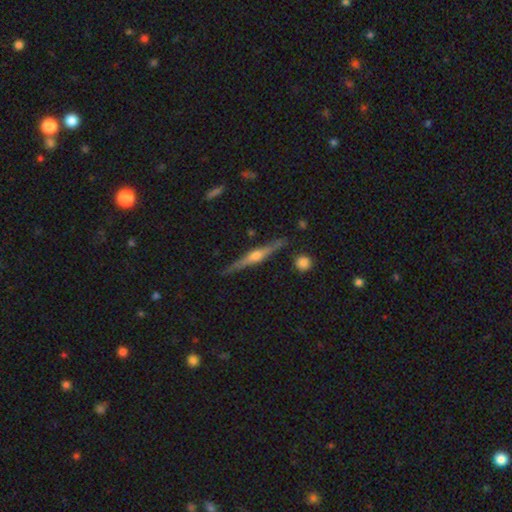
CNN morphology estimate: Overall: featured or disk (79%). Edge-on disk: yes (98%). Edge-on bulge: rounded (87%). Merging: none (87%).